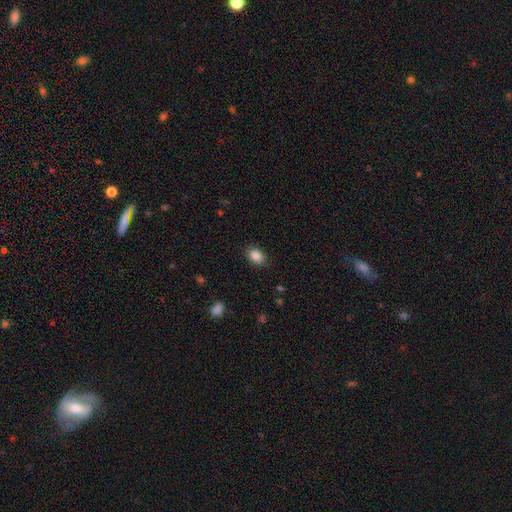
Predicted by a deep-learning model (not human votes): A smooth galaxy with no disk features (86%) that is in between round and cigar-shaped (76%). Merging: none (87%).